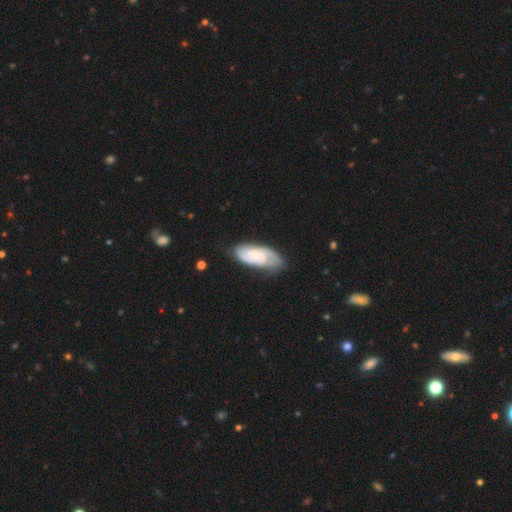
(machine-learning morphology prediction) Smooth or featured? featured or disk (75%)
Edge-on disk? no (95%)
Bar? no (53%)
Spiral arms? yes (95%)
Spiral winding? tight (54%)
Spiral arm count? 2 (61%)
Bulge size? small (60%)
Merging? none (73%)